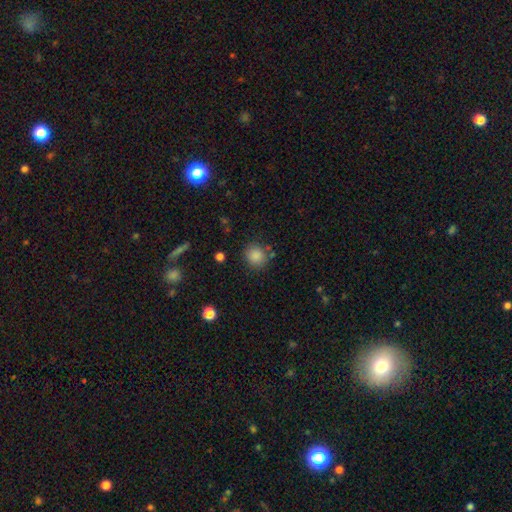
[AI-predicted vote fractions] Q: Smooth or featured?
A: smooth (86%); runner-up: star or artifact (10%)
Q: How rounded?
A: round (89%); runner-up: in between (10%)
Q: Merging?
A: none (81%); runner-up: minor disturbance (11%)